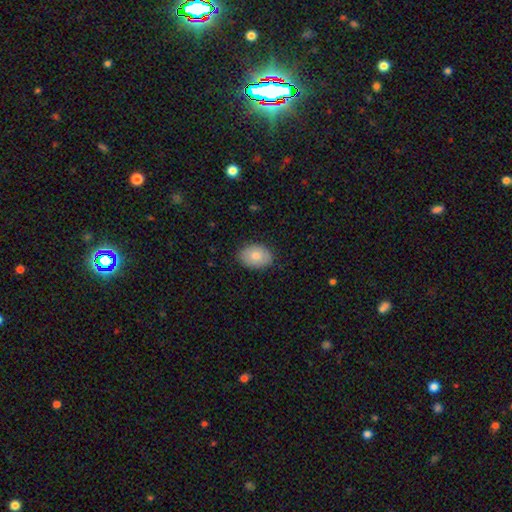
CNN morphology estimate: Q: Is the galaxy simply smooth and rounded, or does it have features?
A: smooth — 79%.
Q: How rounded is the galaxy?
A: in between — 78%.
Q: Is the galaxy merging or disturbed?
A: none — 87%.